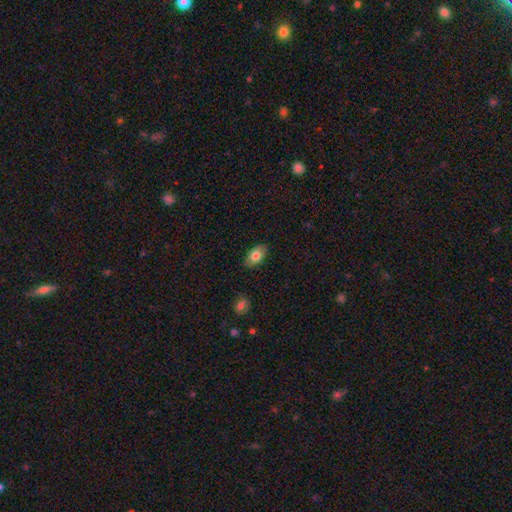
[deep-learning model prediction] Overall: smooth (78%). How rounded: in between (92%). Merging: none (86%).